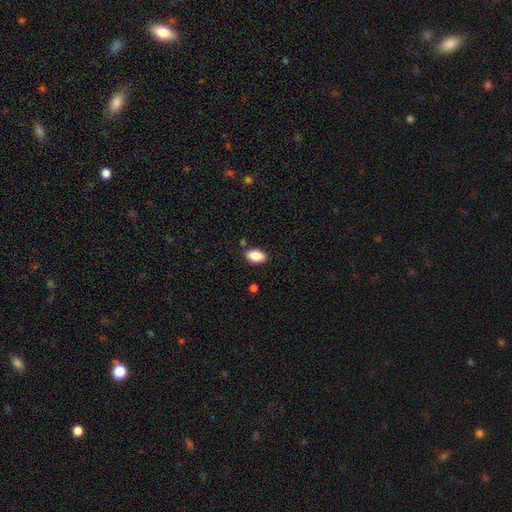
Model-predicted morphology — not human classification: A smooth galaxy with no disk features (87%) that is in between round and cigar-shaped (92%).

Vote fractions:
- Smooth or featured? smooth: 87% / star or artifact: 7% / featured or disk: 5%
- How rounded? in between: 92% / round: 6% / cigar-shaped: 2%
- Merging? none: 84% / minor disturbance: 11% / merger: 3% / major disturbance: 2%